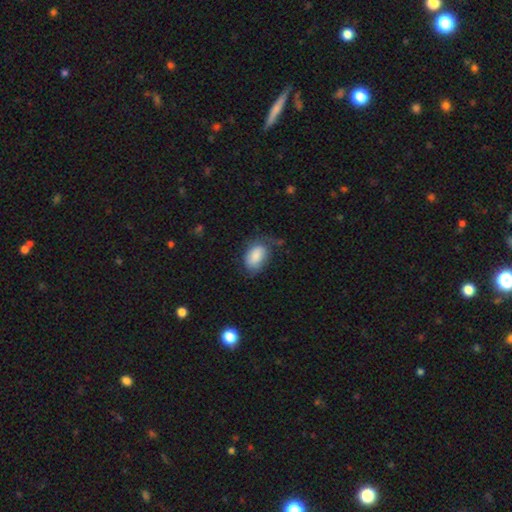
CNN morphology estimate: This appears to be a smooth galaxy with no disk features (79%) that is in between round and cigar-shaped (90%). Merging: none (52%).